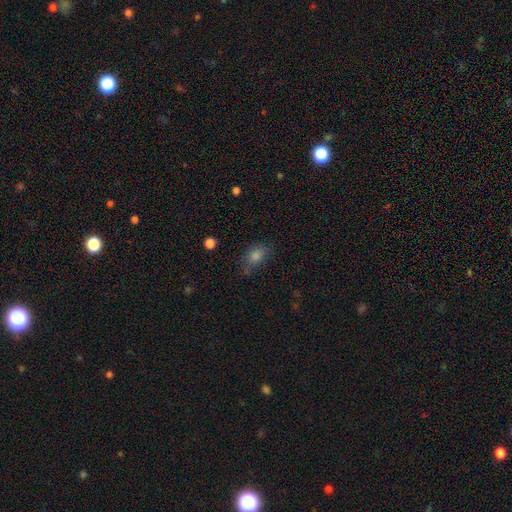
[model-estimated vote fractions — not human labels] Smooth or featured?
  - smooth: 71% *
  - star or artifact: 18%
  - featured or disk: 11%
How rounded?
  - in between: 70% *
  - round: 26%
  - cigar-shaped: 3%
Merging?
  - none: 65% *
  - minor disturbance: 24%
  - major disturbance: 9%
  - merger: 3%